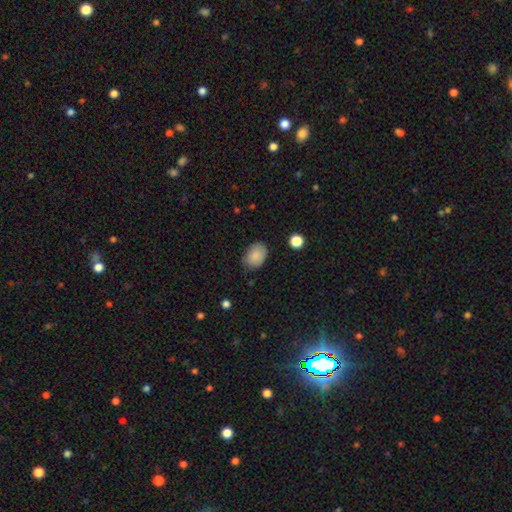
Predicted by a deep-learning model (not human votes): Q: Smooth or featured?
A: smooth (86%); runner-up: star or artifact (8%)
Q: How rounded?
A: in between (74%); runner-up: round (25%)
Q: Merging?
A: none (71%); runner-up: minor disturbance (23%)